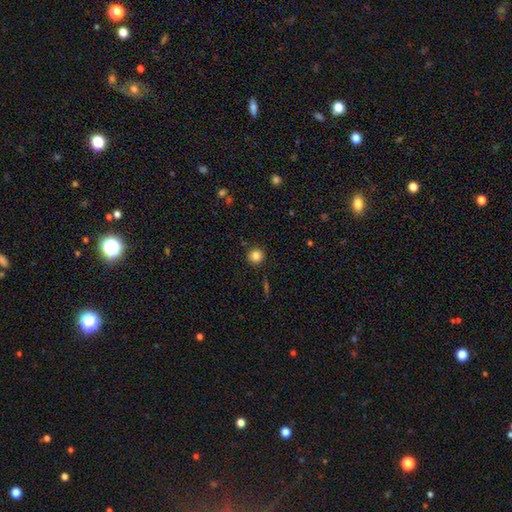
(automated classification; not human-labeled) Smooth or featured: smooth — 84% (star or artifact — 11%)
How rounded: round — 92% (in between — 7%)
Merging: none — 89% (minor disturbance — 7%)